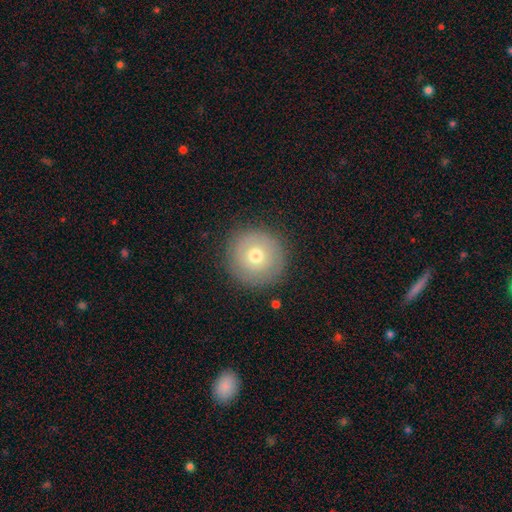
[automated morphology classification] smooth 64%, featured or disk 25%, star or artifact 11%. Down the decision tree: how rounded — round (96%); merging — none (89%).